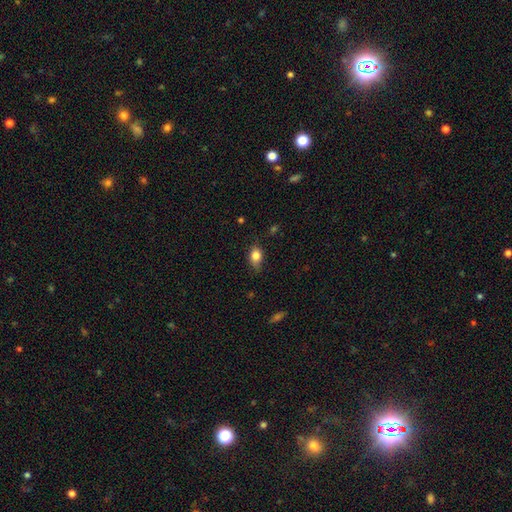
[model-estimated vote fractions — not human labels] This is clearly a smooth galaxy (81%). How rounded: likely in between (74%). Merging: likely none (65%).